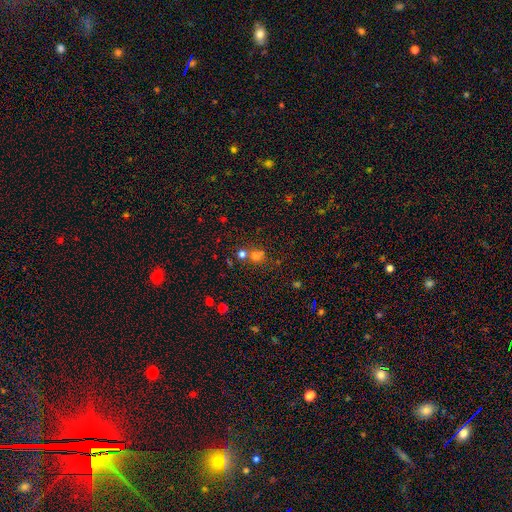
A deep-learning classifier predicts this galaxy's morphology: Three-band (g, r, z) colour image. It shows a smooth galaxy with no disk features (58%) that is round (83%). Merging: none (54%).